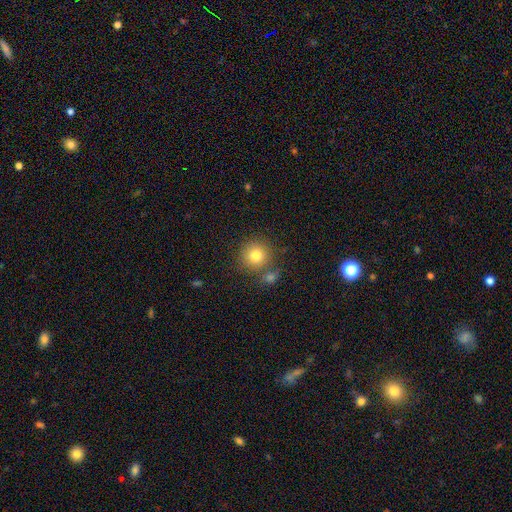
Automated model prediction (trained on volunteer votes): A smooth galaxy with no disk features (80%) that is round (93%).

Vote fractions:
- Smooth or featured? smooth: 80% / star or artifact: 11% / featured or disk: 9%
- How rounded? round: 93% / in between: 6% / cigar-shaped: 1%
- Merging? none: 71% / merger: 16% / minor disturbance: 9% / major disturbance: 3%